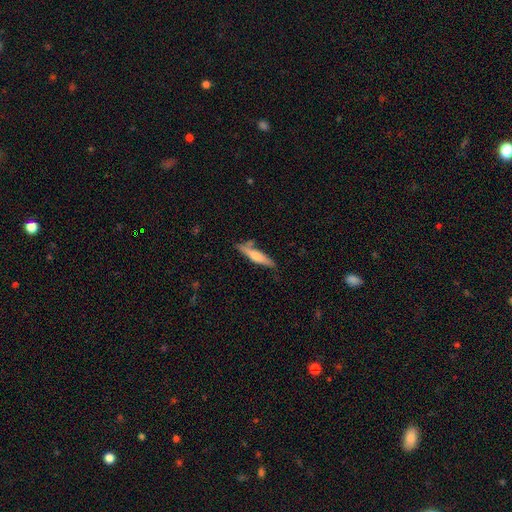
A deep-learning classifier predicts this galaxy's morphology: smooth 49%, featured or disk 45%, star or artifact 6%. Down the decision tree: merging — none (75%).